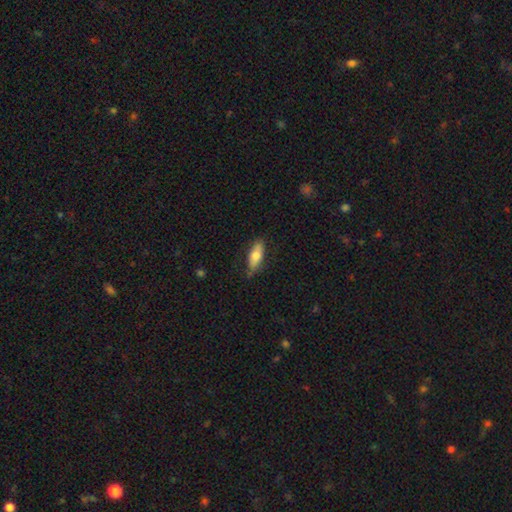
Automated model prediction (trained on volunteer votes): The model was most divided on "how rounded": in between: 63%, cigar-shaped: 35%, round: 2%. More confident: merging — none (78%); smooth or featured — smooth (70%).